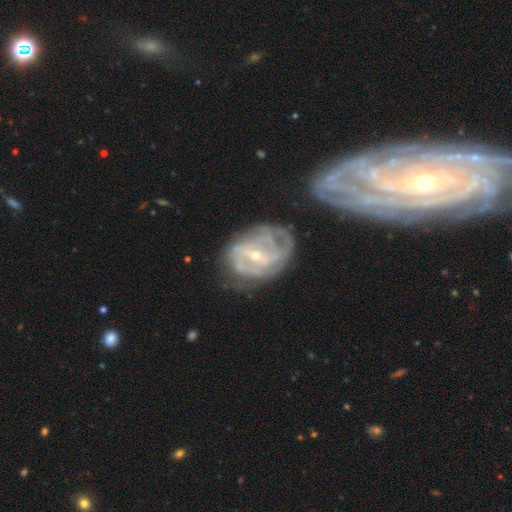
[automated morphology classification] A featured or disk galaxy (85%) with a weak bar (45%), tight (51%) spiral arms (91%) and a small central bulge (70%).

Vote fractions:
- Smooth or featured? featured or disk: 85% / smooth: 9% / star or artifact: 6%
- Edge-on disk? no: 97% / yes: 3%
- Bar? weak: 45% / no: 28% / strong: 27%
- Spiral arms? yes: 91% / no: 9%
- Spiral winding? tight: 51% / medium: 37% / loose: 13%
- Spiral arm count? can't tell: 35% / 2: 25% / 3: 20% / 4: 11% / more than 4: 5% / 1: 5%
- Bulge size? small: 70% / moderate: 27% / none: 1% / large: 1% / dominant: 1%
- Merging? none: 52% / minor disturbance: 24% / major disturbance: 18% / merger: 7%